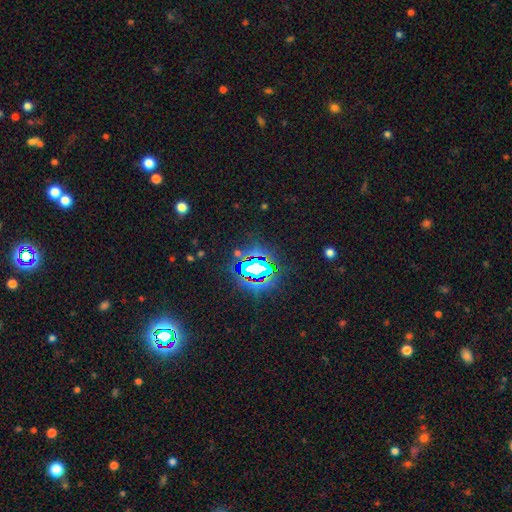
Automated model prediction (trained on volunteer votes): Smooth or featured? Predicted: star or artifact (p=0.83).